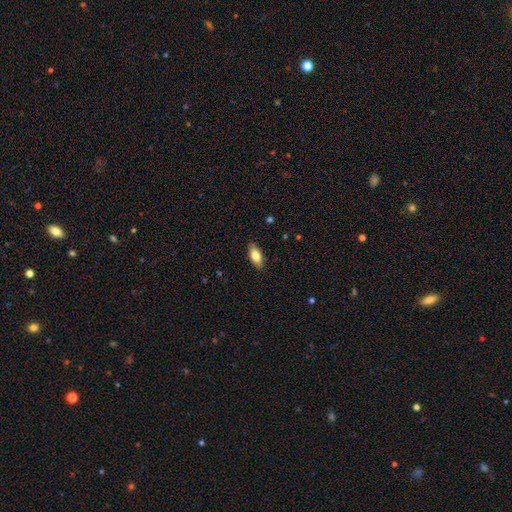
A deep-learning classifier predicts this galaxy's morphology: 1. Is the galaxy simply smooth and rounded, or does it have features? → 79% smooth, 15% featured or disk, 7% star or artifact.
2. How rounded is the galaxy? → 84% in between, 13% cigar-shaped, 3% round.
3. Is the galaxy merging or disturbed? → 87% none, 10% minor disturbance, 2% major disturbance, 1% merger.